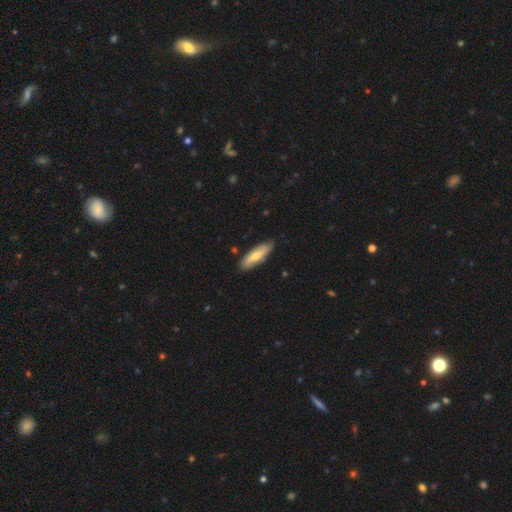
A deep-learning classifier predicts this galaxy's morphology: smooth-or-featured: smooth: 61% | featured or disk: 34% | star or artifact: 5%
  how-rounded: in between: 49% (tied) | cigar-shaped: 49% (tied) | round: 2%
  merging: none: 83% | minor disturbance: 13% | major disturbance: 2% | merger: 2%